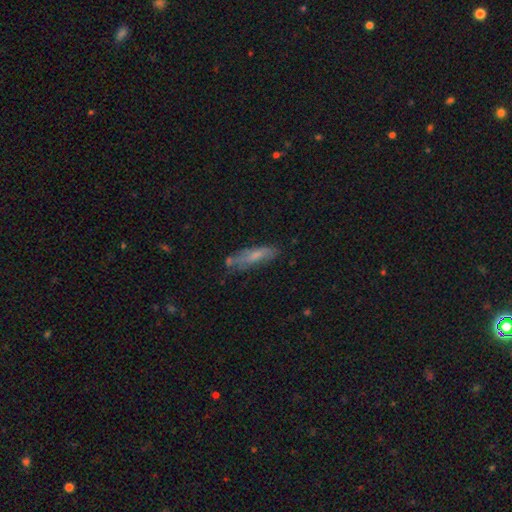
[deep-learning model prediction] A smooth galaxy with no disk features (60%) that is cigar-shaped (65%).

Vote fractions:
- Smooth or featured? smooth: 60% / featured or disk: 32% / star or artifact: 8%
- How rounded? cigar-shaped: 65% / in between: 33% / round: 2%
- Merging? none: 57% / minor disturbance: 27% / major disturbance: 9% / merger: 7%